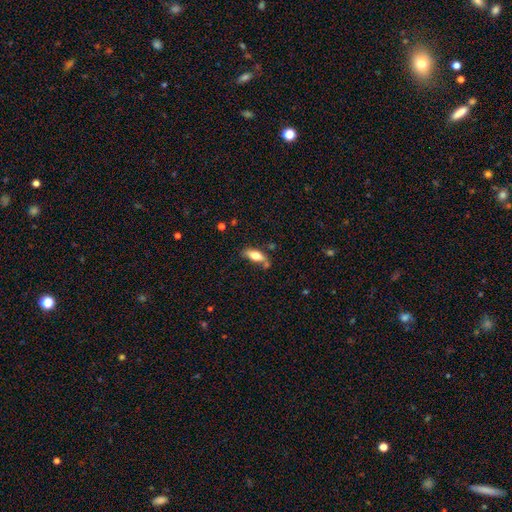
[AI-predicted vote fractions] smooth-or-featured: smooth: 67% | featured or disk: 26% | star or artifact: 7%
  how-rounded: in between: 73% | cigar-shaped: 24% | round: 3%
  merging: none: 62% | minor disturbance: 21% | merger: 12% | major disturbance: 6%